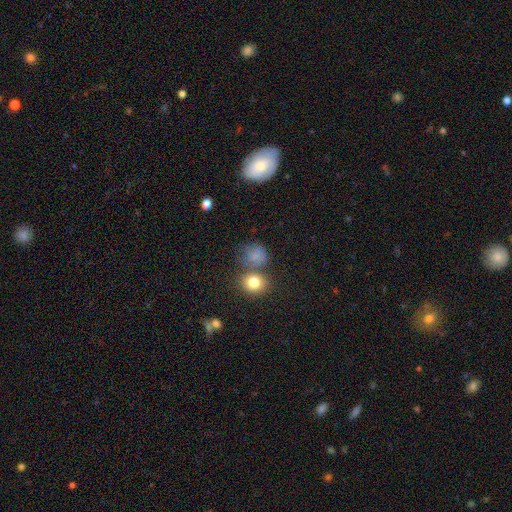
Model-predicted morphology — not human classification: Q: Smooth or featured?
A: smooth (76%); runner-up: star or artifact (15%)
Q: How rounded?
A: round (73%); runner-up: in between (25%)
Q: Merging?
A: none (54%); runner-up: merger (19%)